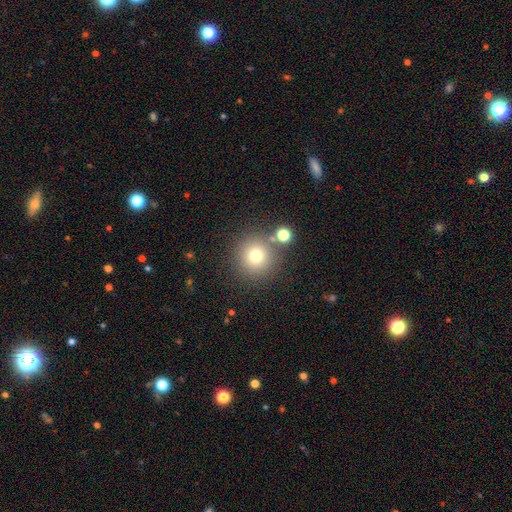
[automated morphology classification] A smooth galaxy with no disk features (74%) that is round (95%). Merging: none (80%).